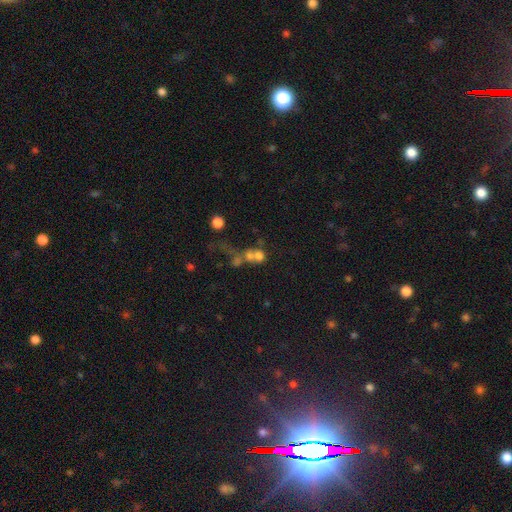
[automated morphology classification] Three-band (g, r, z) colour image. It shows a smooth galaxy with no disk features (59%) that is round (72%). Merging: merger (60%).